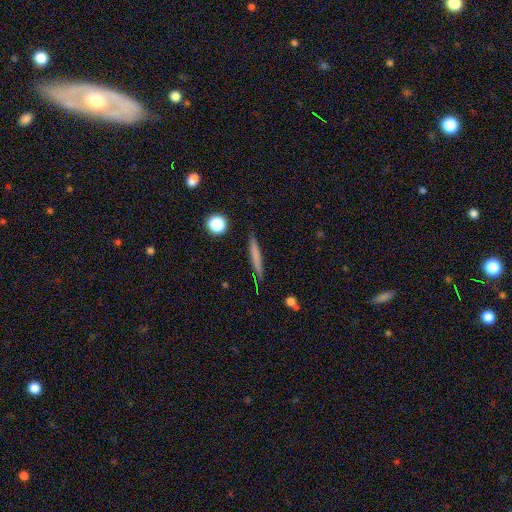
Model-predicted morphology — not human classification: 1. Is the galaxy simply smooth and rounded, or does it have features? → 69% smooth, 23% featured or disk, 8% star or artifact.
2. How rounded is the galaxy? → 94% cigar-shaped, 4% in between, 2% round.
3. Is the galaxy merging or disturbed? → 87% none, 10% minor disturbance, 2% major disturbance, 2% merger.